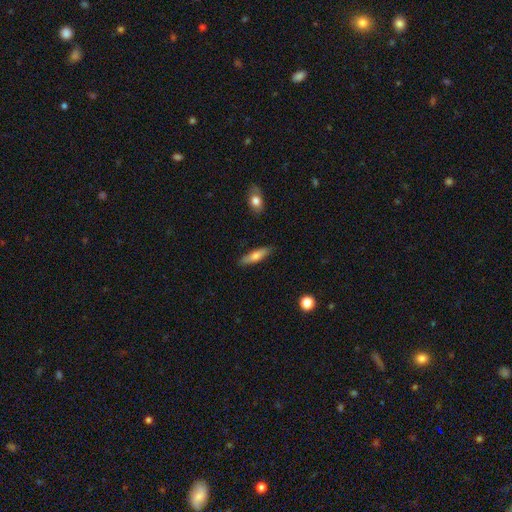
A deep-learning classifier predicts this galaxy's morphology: type=smooth (68%); roundness=cigar-shaped (67%); merging=none (86%).